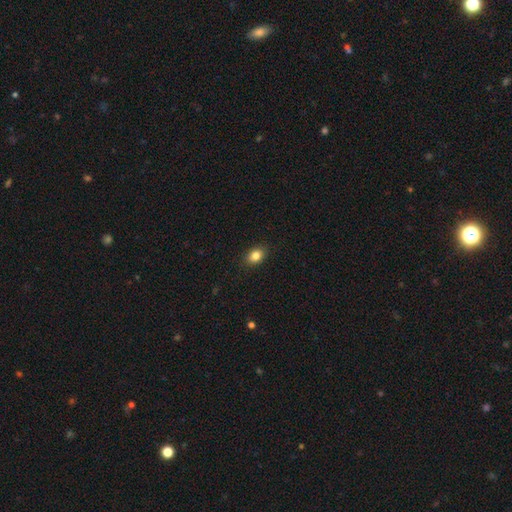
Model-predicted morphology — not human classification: Smooth or featured: smooth — 83% (star or artifact — 10%)
How rounded: in between — 69% (round — 30%)
Merging: none — 89% (minor disturbance — 8%)